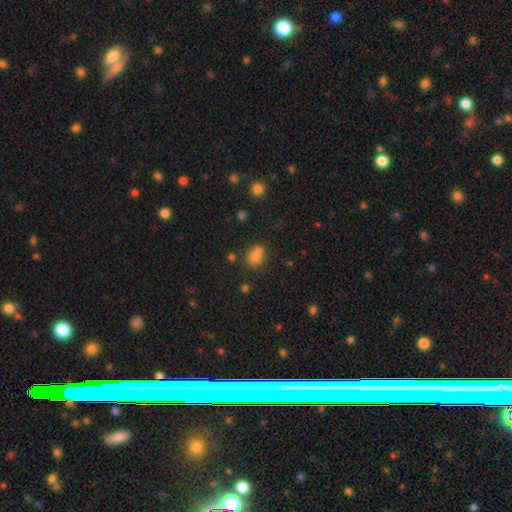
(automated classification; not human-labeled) Smooth or featured: smooth — 77% (star or artifact — 14%)
How rounded: in between — 63% (round — 36%)
Merging: none — 51% (merger — 26%)